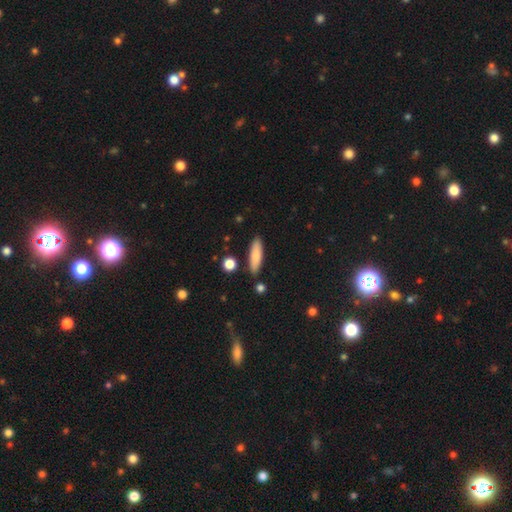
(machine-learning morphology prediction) This appears to be a smooth galaxy with no disk features (82%) that is cigar-shaped (63%). Merging: none (86%).